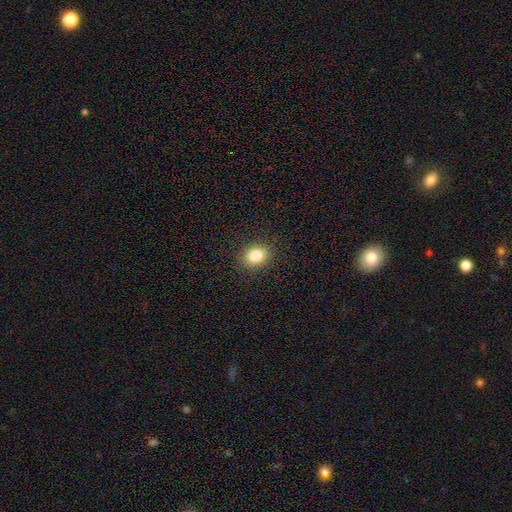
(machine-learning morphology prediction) Q: Smooth or featured?
A: smooth (85%); runner-up: star or artifact (10%)
Q: How rounded?
A: in between (52%); runner-up: round (47%)
Q: Merging?
A: none (89%); runner-up: minor disturbance (8%)